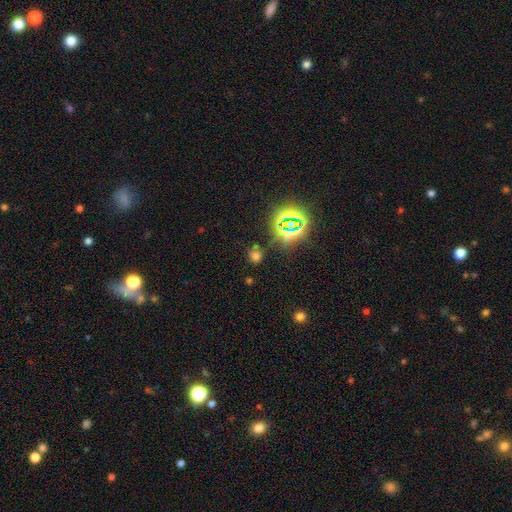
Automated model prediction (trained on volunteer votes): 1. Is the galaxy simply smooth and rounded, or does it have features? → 54% smooth, 39% star or artifact, 7% featured or disk.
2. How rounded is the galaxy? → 69% round, 30% in between, 1% cigar-shaped.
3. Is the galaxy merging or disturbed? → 74% none, 16% minor disturbance, 6% major disturbance, 5% merger.